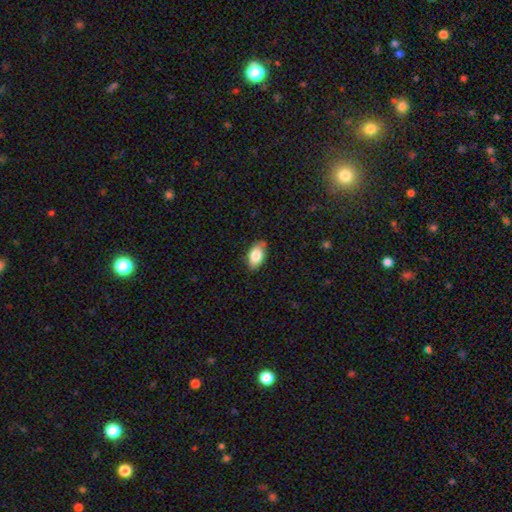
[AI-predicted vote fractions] This is clearly a smooth galaxy (81%). How rounded: clearly in between (92%). Merging: likely none (77%).